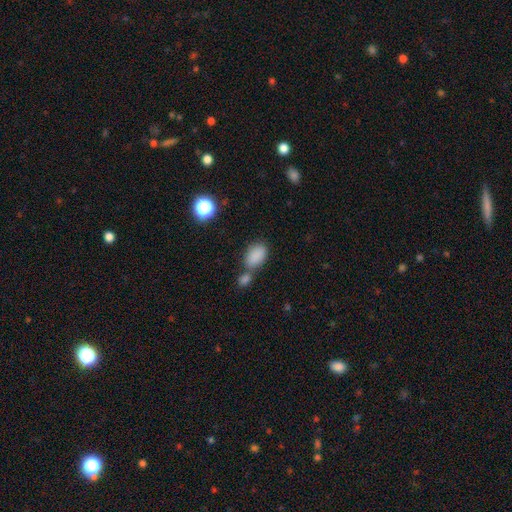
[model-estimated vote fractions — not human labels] Overall: smooth (86%). How rounded: in between (89%). Merging: none (47%; merger 35%).